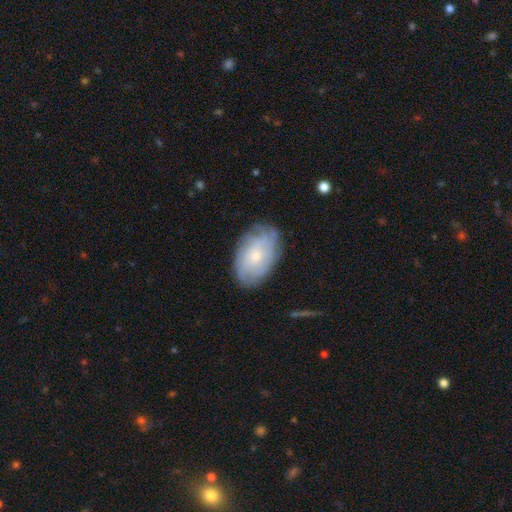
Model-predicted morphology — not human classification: Smooth or featured? featured or disk (61%)
Edge-on disk? no (95%)
Bar? no (80%)
Spiral arms? yes (84%)
Bulge size? small (65%)
Merging? none (76%)